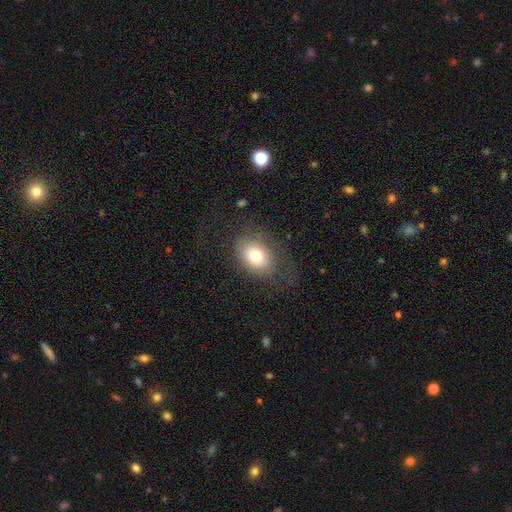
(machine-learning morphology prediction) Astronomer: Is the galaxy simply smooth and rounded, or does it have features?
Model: smooth — 76%.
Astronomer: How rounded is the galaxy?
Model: in between — 70%.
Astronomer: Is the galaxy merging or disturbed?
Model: none — 68%.